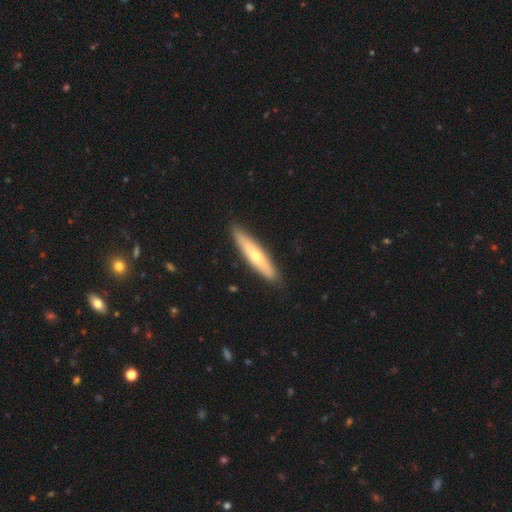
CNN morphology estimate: Smooth or featured? smooth (53%)
How rounded? cigar-shaped (86%)
Merging? none (89%)